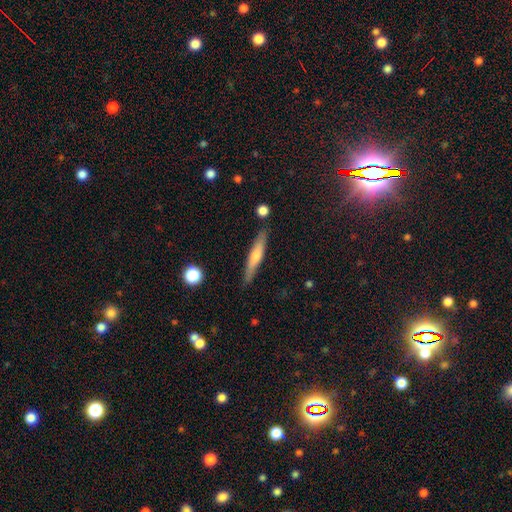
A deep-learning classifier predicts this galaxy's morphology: Q: Smooth or featured?
A: smooth (50%); runner-up: featured or disk (43%)
Q: How rounded?
A: cigar-shaped (90%); runner-up: in between (8%)
Q: Merging?
A: none (85%); runner-up: minor disturbance (10%)